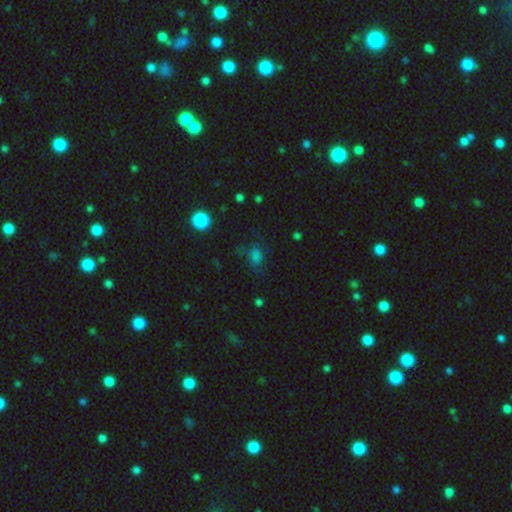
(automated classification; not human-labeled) Smooth or featured? smooth (64%)
How rounded? in between (53%)
Merging? none (59%)